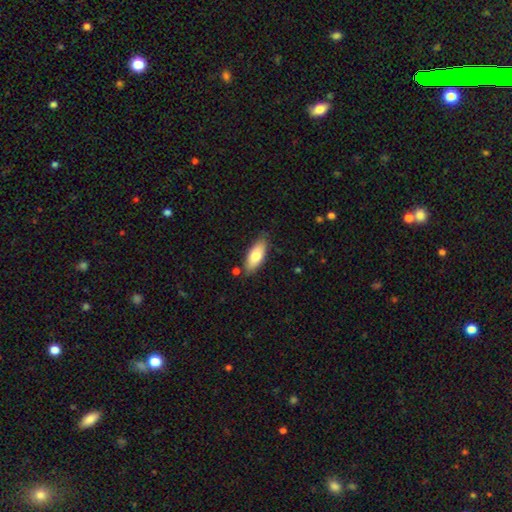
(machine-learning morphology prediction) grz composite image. It shows a smooth galaxy with no disk features (75%) that is in between round and cigar-shaped (78%). Merging: none (81%).